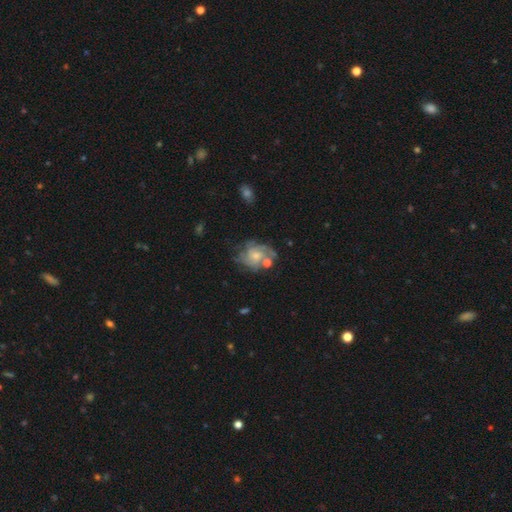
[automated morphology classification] Smooth or featured: featured or disk — 68% (smooth — 24%)
Edge-on disk: no — 98% (yes — 2%)
Bar: no — 74% (weak — 23%)
Spiral arms: yes — 79% (no — 21%)
Spiral winding: tight — 48% (medium — 37%)
Spiral arm count: can't tell — 45% (3 — 18%)
Bulge size: small — 42% (tied with moderate — 42%)
Merging: none — 52% (minor disturbance — 22%)